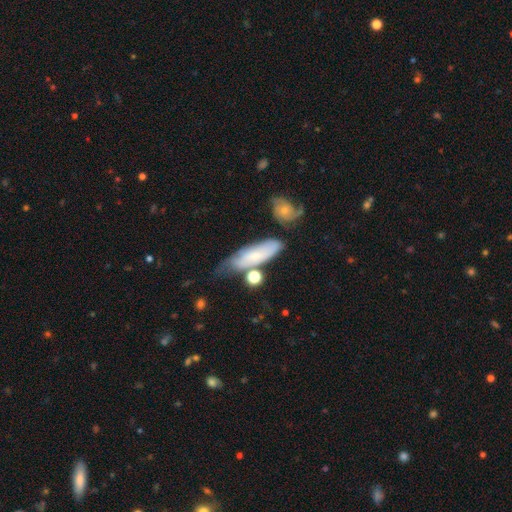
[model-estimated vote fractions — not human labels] Smooth or featured: smooth — 54% (featured or disk — 39%)
How rounded: in between — 57% (cigar-shaped — 39%)
Merging: none — 48% (minor disturbance — 28%)